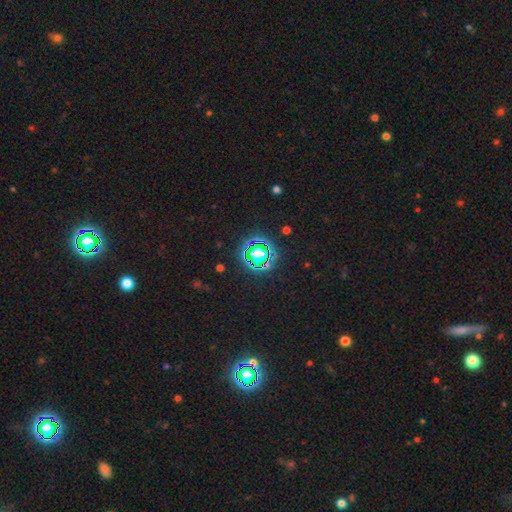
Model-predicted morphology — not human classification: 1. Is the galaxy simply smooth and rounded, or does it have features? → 61% star or artifact, 27% smooth, 12% featured or disk.